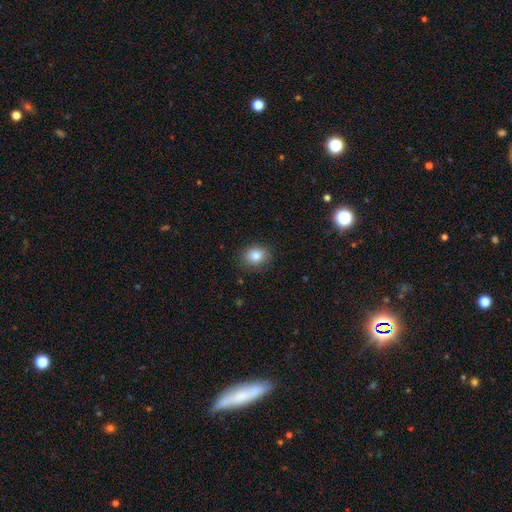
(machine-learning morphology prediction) Q: Smooth or featured?
A: smooth (82%); runner-up: star or artifact (10%)
Q: How rounded?
A: round (65%); runner-up: in between (34%)
Q: Merging?
A: none (88%); runner-up: minor disturbance (9%)